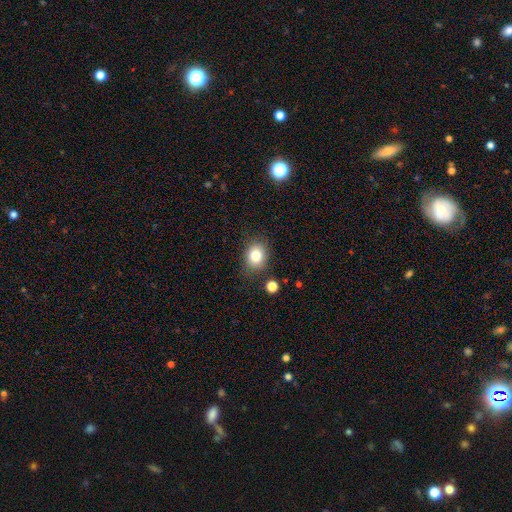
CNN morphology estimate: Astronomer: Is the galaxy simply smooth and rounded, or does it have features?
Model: smooth — 81%.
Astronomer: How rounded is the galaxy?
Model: round — 57% (runner-up: in between, 42%).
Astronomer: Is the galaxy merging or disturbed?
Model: none — 80%.